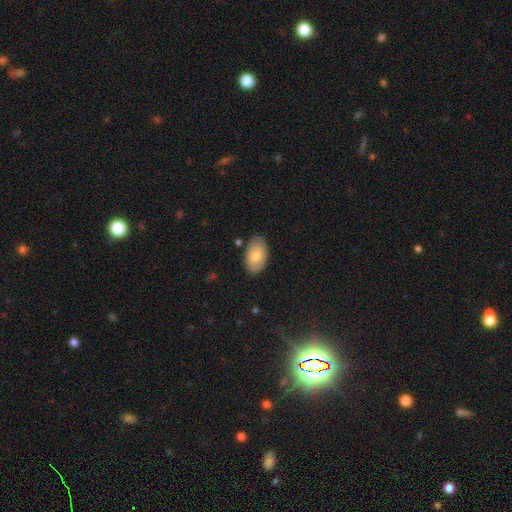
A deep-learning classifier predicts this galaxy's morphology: Smooth or featured: smooth — 76% (featured or disk — 18%)
How rounded: in between — 94% (round — 5%)
Merging: none — 84% (minor disturbance — 12%)